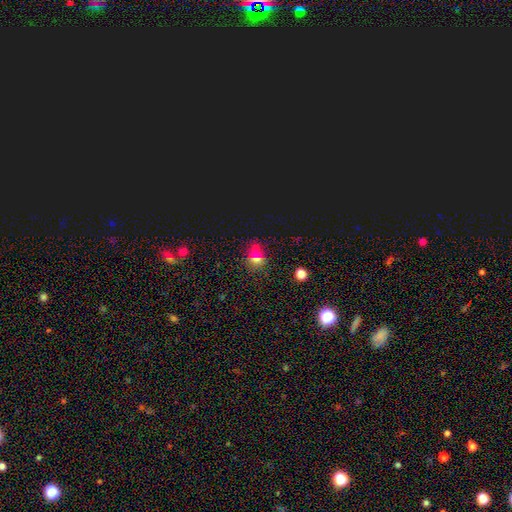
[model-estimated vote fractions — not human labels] Smooth or featured? smooth (50%)
Merging? none (67%)